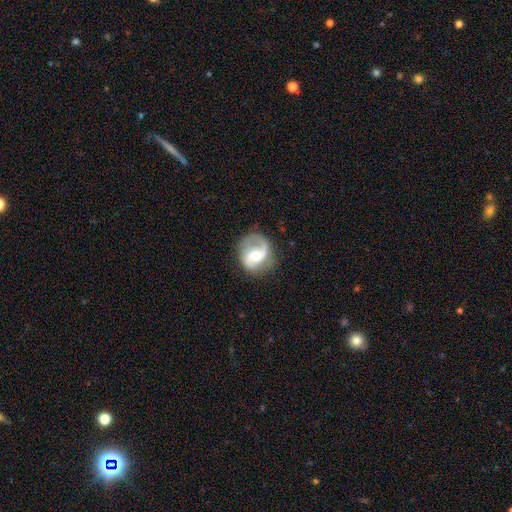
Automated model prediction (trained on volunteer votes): smooth_or_featured: featured or disk (p=0.77) [alt: smooth p=0.18]
disk_edge_on: no (p=0.98) [alt: yes p=0.02]
bar: weak (p=0.45) [alt: no p=0.38]
has_spiral_arms: yes (p=0.93) [alt: no p=0.07]
spiral_winding: medium (p=0.44) [alt: loose p=0.39]
spiral_arm_count: 2 (p=0.69) [alt: 1 p=0.24]
bulge_size: moderate (p=0.63) [alt: small p=0.28]
merging: none (p=0.71) [alt: minor disturbance p=0.18]